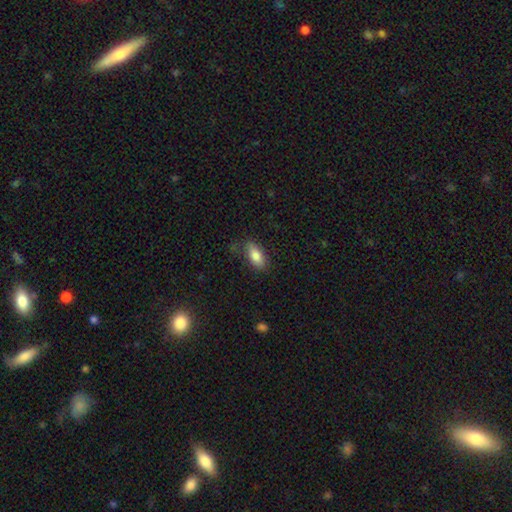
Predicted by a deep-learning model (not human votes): Q: Smooth or featured?
A: smooth (82%); runner-up: featured or disk (11%)
Q: How rounded?
A: in between (85%); runner-up: cigar-shaped (12%)
Q: Merging?
A: none (76%); runner-up: minor disturbance (18%)